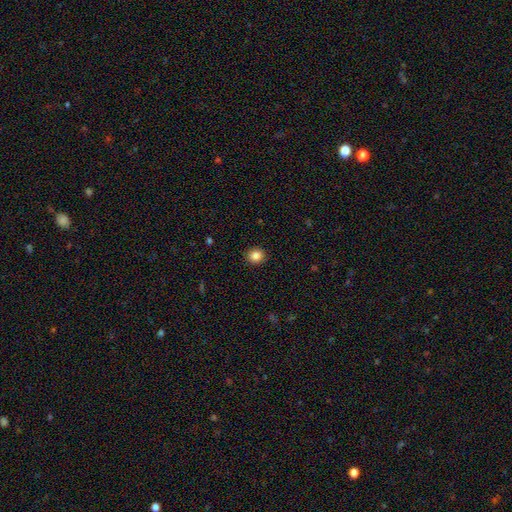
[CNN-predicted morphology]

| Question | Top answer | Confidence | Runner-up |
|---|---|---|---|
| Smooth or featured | smooth | 86% | star or artifact (10%) |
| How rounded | round | 77% | in between (22%) |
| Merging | none | 91% | minor disturbance (6%) |